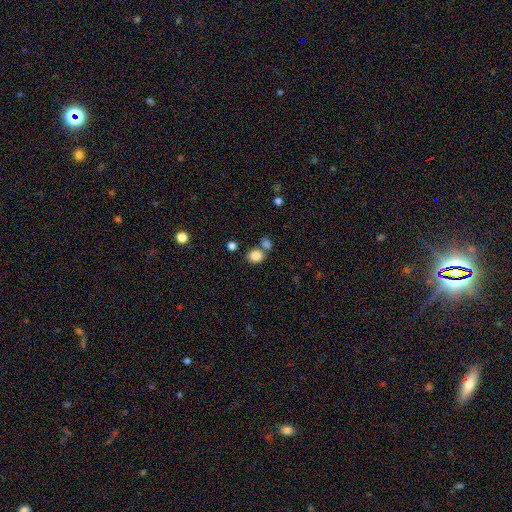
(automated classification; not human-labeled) Smooth or featured? smooth (84%)
How rounded? round (72%)
Merging? none (61%)